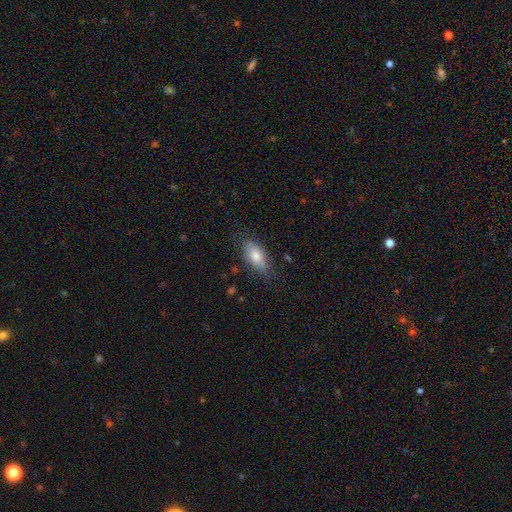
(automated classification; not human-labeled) Morphology: type=smooth (75%); roundness=in between (86%); merging=none (77%).